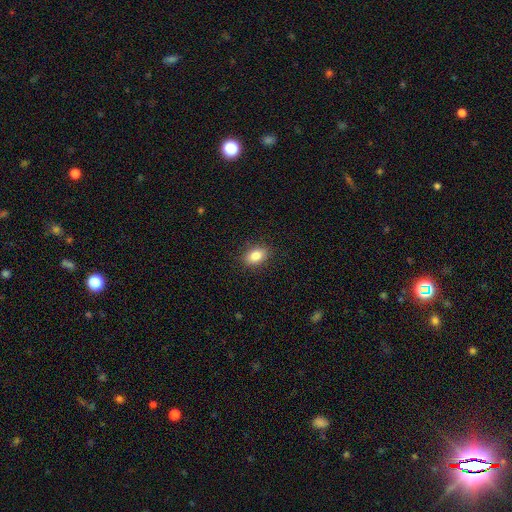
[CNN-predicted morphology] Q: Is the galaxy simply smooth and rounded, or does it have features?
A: smooth — 84%.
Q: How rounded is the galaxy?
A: in between — 86%.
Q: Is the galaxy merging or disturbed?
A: none — 88%.